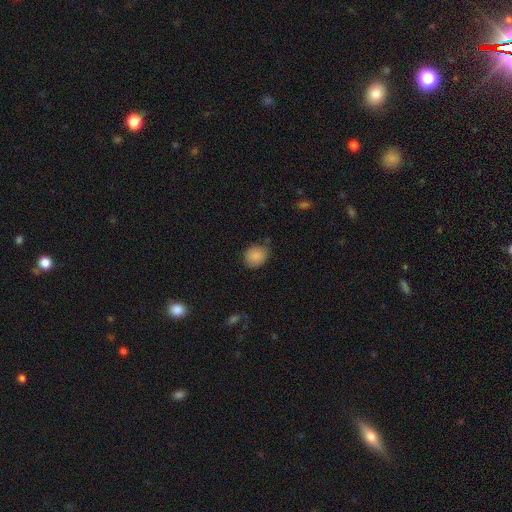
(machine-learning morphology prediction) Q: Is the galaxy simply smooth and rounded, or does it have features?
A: smooth — 87%.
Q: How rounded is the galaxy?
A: round — 68%.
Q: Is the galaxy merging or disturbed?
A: none — 78%.